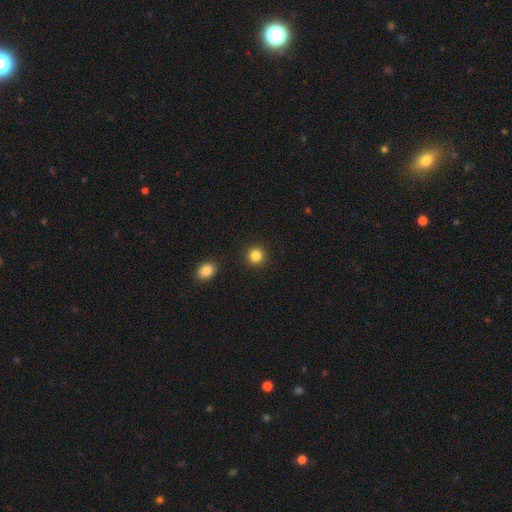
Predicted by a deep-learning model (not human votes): smooth_or_featured: smooth (p=0.84) [alt: star or artifact p=0.12]
how_rounded: round (p=0.92) [alt: in between p=0.07]
merging: none (p=0.92) [alt: minor disturbance p=0.05]